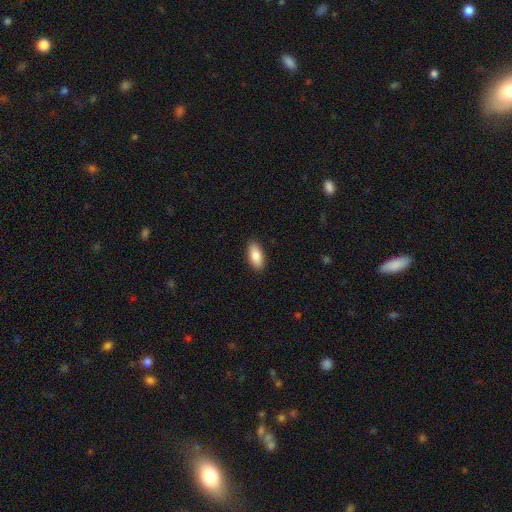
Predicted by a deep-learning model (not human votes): This is clearly a smooth galaxy (85%). How rounded: clearly in between (88%). Merging: clearly none (90%).